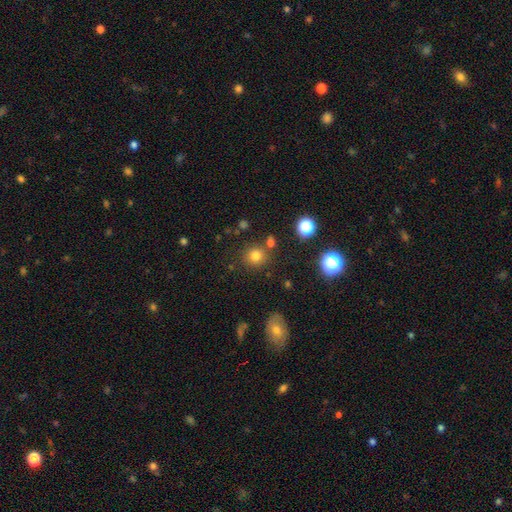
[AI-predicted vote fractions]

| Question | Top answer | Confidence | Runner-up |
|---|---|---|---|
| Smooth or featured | smooth | 75% | star or artifact (18%) |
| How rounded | round | 90% | in between (9%) |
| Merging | none | 80% | minor disturbance (9%) |